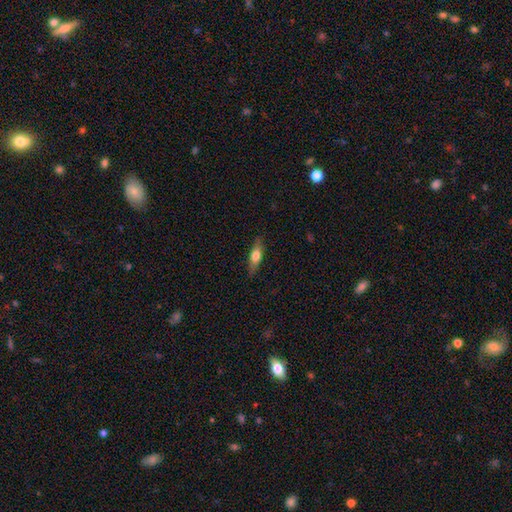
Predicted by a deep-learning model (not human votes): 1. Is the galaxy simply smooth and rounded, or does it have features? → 60% smooth, 34% featured or disk, 6% star or artifact.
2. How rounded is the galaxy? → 49% cigar-shaped, 48% in between, 3% round.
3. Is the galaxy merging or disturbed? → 83% none, 13% minor disturbance, 3% major disturbance, 1% merger.